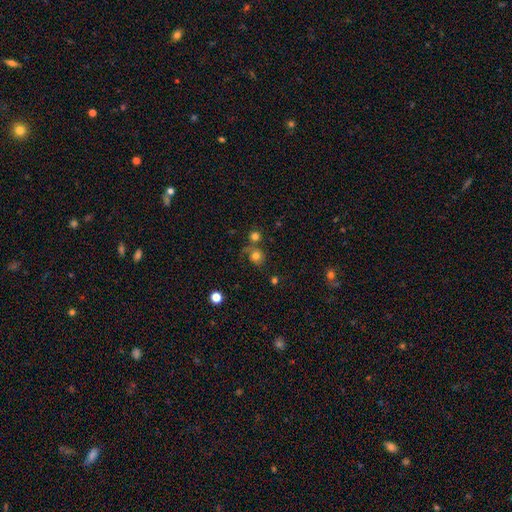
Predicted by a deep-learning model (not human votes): Smooth or featured? Predicted: smooth (p=0.71). How rounded? Predicted: round (p=0.84). Merging? Predicted: none (p=0.55).